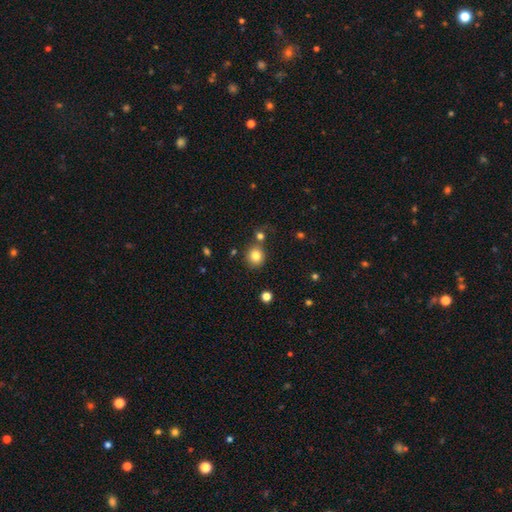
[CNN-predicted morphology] type=smooth (82%); roundness=round (87%); merging=none (76%).